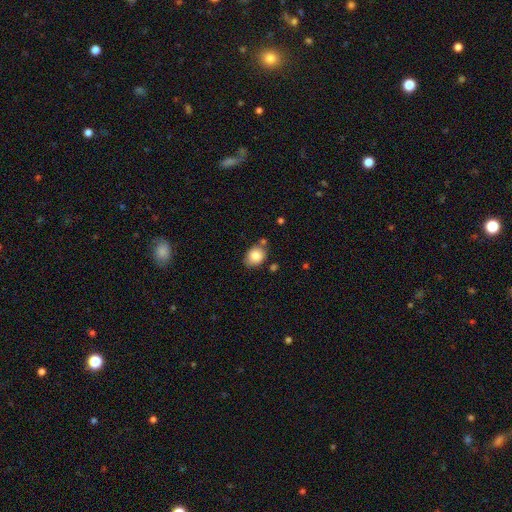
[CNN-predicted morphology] Overall: smooth (84%). How rounded: in between (57%; round 42%). Merging: none (70%).